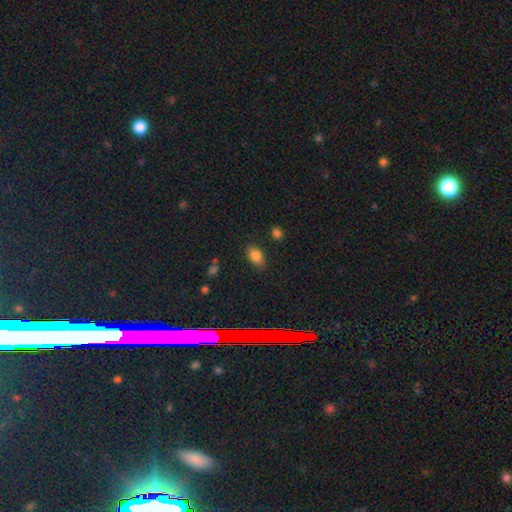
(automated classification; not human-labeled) The model was most divided on "smooth or featured": smooth: 79%, star or artifact: 14%, featured or disk: 8%. More confident: how rounded — in between (87%); merging — none (83%).